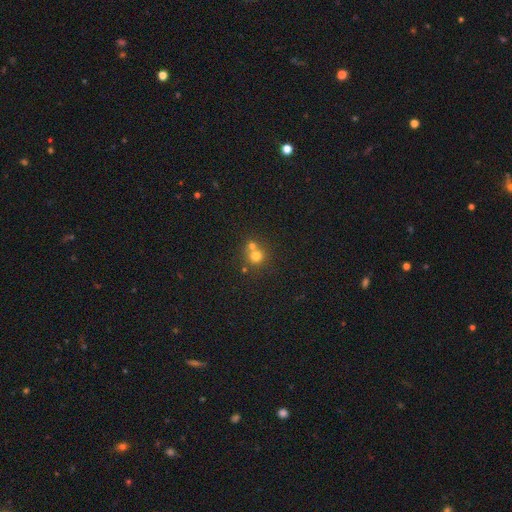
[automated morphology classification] The model was most divided on "merging": none: 47%, merger: 46%, minor disturbance: 6%, major disturbance: 2%. More confident: how rounded — round (88%); smooth or featured — smooth (73%).